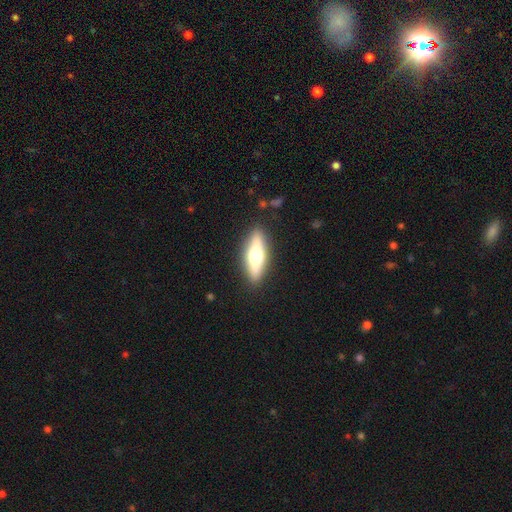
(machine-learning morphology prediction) smooth_or_featured: featured or disk (p=0.48) [alt: smooth p=0.46]
merging: none (p=0.88) [alt: minor disturbance p=0.08]